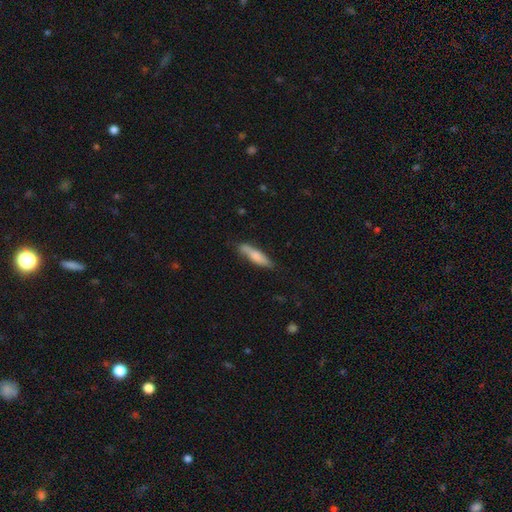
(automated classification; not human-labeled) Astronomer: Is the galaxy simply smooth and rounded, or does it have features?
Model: smooth — 73%.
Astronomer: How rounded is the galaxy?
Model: cigar-shaped — 74%.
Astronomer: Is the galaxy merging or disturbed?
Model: none — 72%.